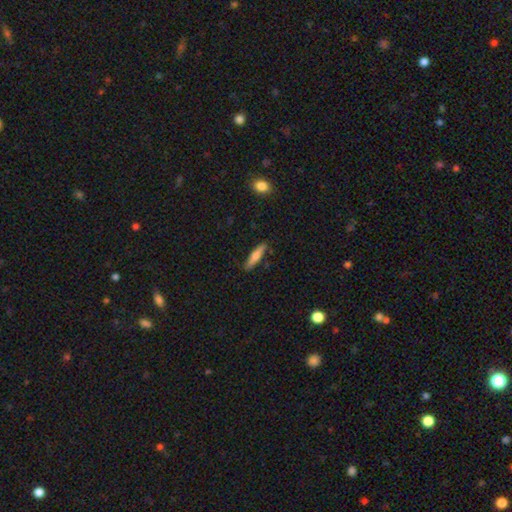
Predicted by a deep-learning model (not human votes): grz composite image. It shows a smooth galaxy with no disk features (65%) that is cigar-shaped (83%). Merging: none (87%).